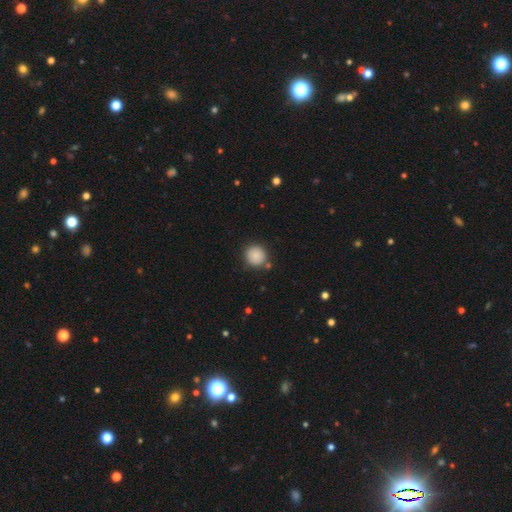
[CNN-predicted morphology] Smooth or featured: smooth — 86% (star or artifact — 9%)
How rounded: round — 91% (in between — 8%)
Merging: none — 83% (minor disturbance — 10%)